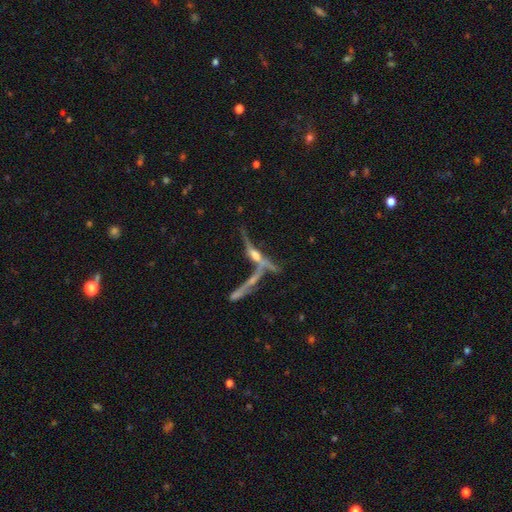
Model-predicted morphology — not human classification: type=featured or disk (67%); edge-on=yes (78%); edge-on bulge=rounded (75%); merging=merger (44%).